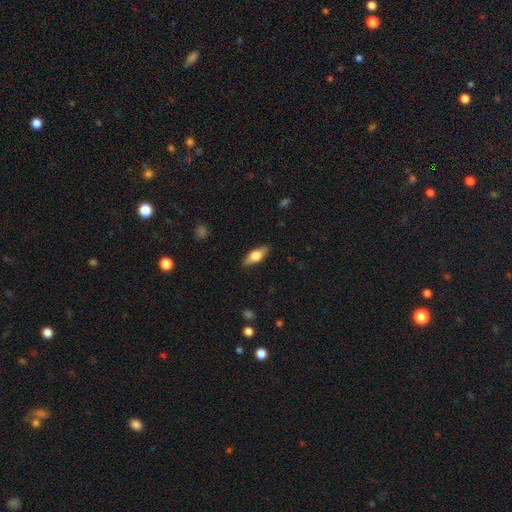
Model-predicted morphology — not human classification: smooth 59%, featured or disk 35%, star or artifact 6%. Down the decision tree: how rounded — in between (72%); merging — none (87%).